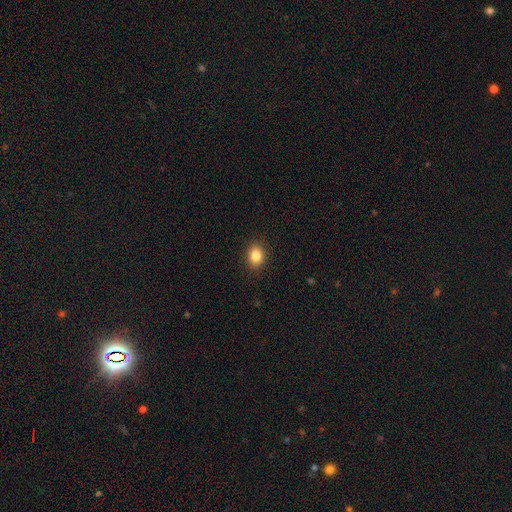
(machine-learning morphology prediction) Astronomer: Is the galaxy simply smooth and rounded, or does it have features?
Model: smooth — 85%.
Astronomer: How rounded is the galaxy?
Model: in between — 53% (runner-up: round, 46%).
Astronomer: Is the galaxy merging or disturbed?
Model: none — 90%.